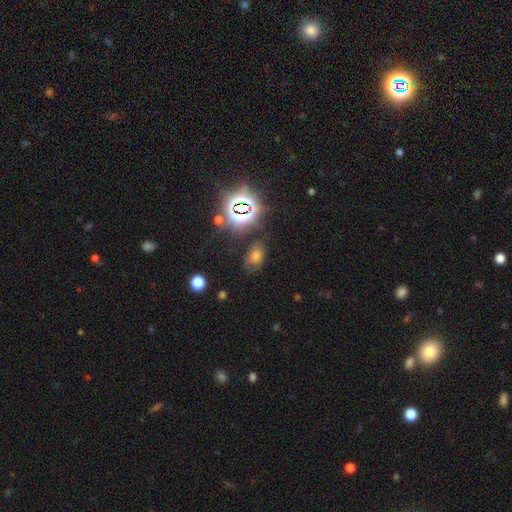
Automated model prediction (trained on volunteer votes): Morphology: type=smooth (45%); merging=none (71%).